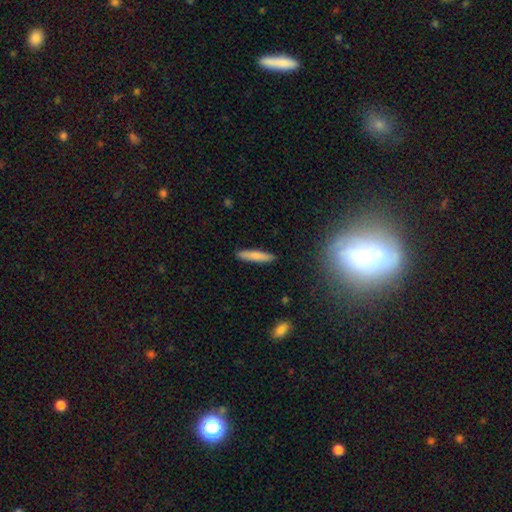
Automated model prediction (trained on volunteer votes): Smooth or featured? smooth (81%)
How rounded? cigar-shaped (88%)
Merging? none (90%)